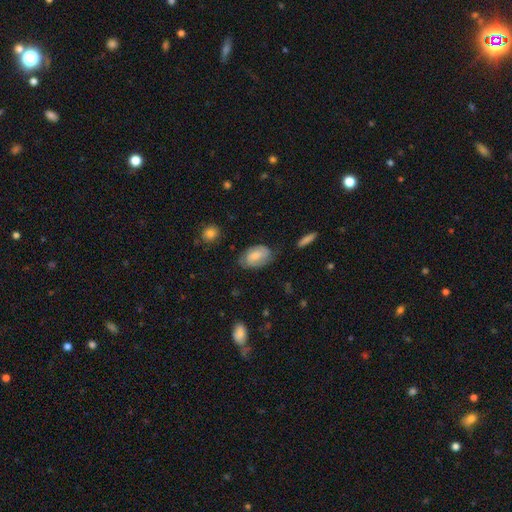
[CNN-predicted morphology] smooth-or-featured: smooth: 61% | featured or disk: 31% | star or artifact: 7%
  how-rounded: in between: 92% | round: 7% | cigar-shaped: 2%
  merging: none: 67% | minor disturbance: 24% | major disturbance: 7% | merger: 2%